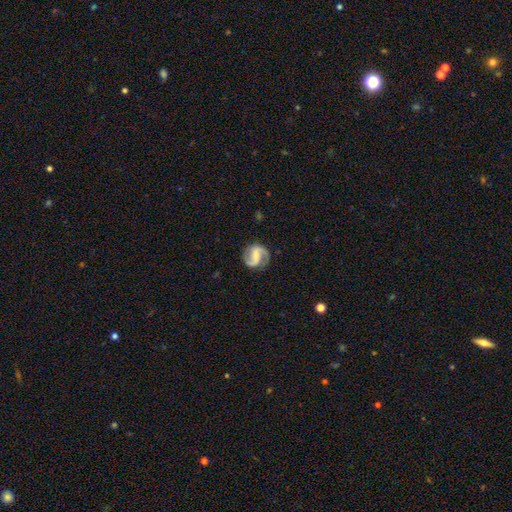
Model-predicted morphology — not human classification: This is clearly a featured or disk galaxy (85%). It is clearly not viewed edge-on (98%). Bar: marginally weak (44%). Spiral arm pattern: clearly yes (97%). Spiral arm count: clearly 2 (91%). Spiral winding: possibly medium (49%). Central bulge: marginally small (44%). Merging: clearly none (81%).